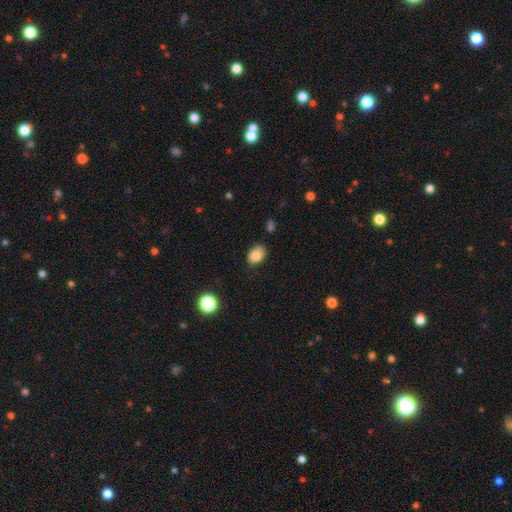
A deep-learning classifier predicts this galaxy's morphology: This appears to be a smooth galaxy with no disk features (82%) that is in between round and cigar-shaped (76%). Merging: none (75%).